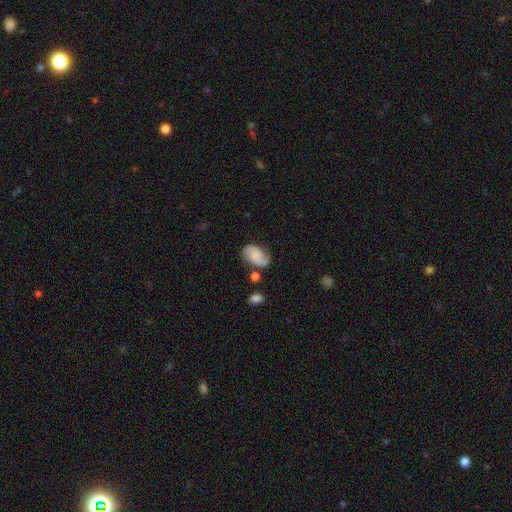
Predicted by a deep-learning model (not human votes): This appears to be a featured or disk galaxy (63%) with no bar (64%), 2 (89%) loose (42%) spiral arms (94%) and no central bulge (59%). Merging: none (68%).